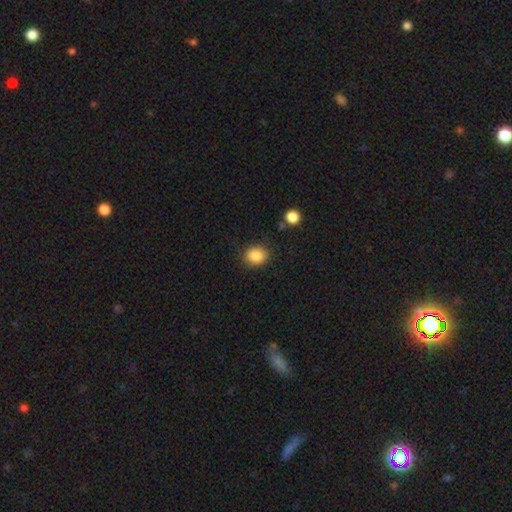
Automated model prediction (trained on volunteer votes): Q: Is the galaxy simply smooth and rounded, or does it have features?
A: smooth — 87%.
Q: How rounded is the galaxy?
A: round — 68%.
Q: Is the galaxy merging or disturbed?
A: none — 85%.